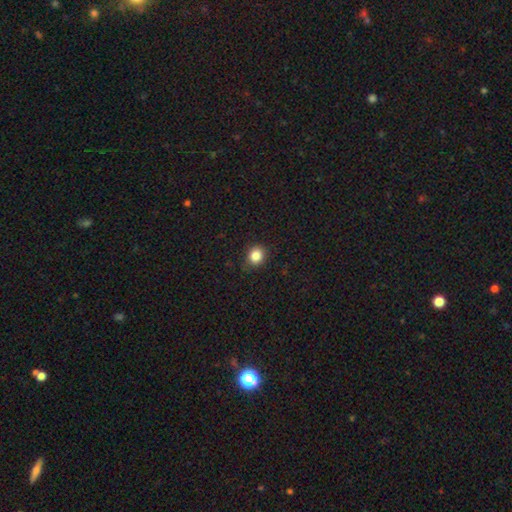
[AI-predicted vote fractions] A smooth galaxy with no disk features (85%) that is round (78%).

Vote fractions:
- Smooth or featured? smooth: 85% / star or artifact: 11% / featured or disk: 4%
- How rounded? round: 78% / in between: 21% / cigar-shaped: 1%
- Merging? none: 87% / minor disturbance: 9% / major disturbance: 2% / merger: 1%